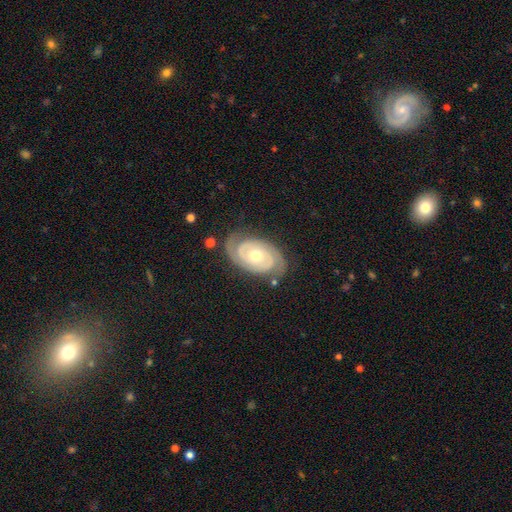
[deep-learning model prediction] Overall: featured or disk (89%). Edge-on disk: no (97%). Bar: no (68%). Spiral arms: yes (97%). Spiral arm count: 2 (85%). Spiral winding: tight (76%). Bulge size: moderate (65%; small 31%). Merging: none (79%).